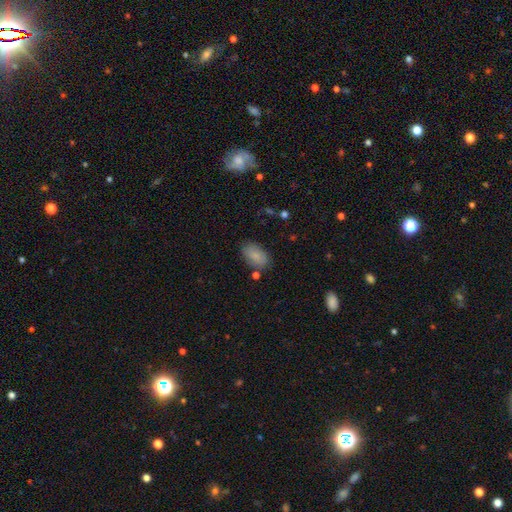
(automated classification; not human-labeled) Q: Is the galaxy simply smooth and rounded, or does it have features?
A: smooth — 84%.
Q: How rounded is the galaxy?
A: in between — 93%.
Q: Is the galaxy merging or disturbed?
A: none — 78%.